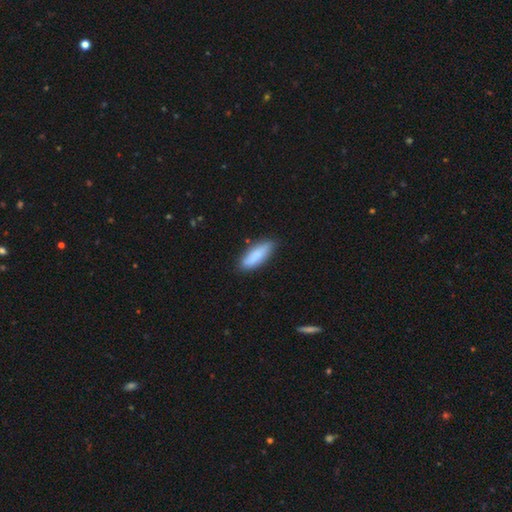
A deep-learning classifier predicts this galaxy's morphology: Smooth or featured? smooth (85%)
How rounded? in between (60%)
Merging? none (80%)